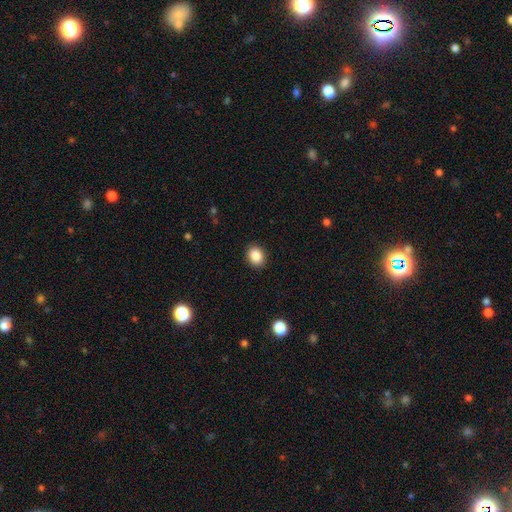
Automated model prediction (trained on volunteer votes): Smooth or featured? Predicted: smooth (p=0.87). How rounded? Predicted: round (p=0.52). Merging? Predicted: none (p=0.90).